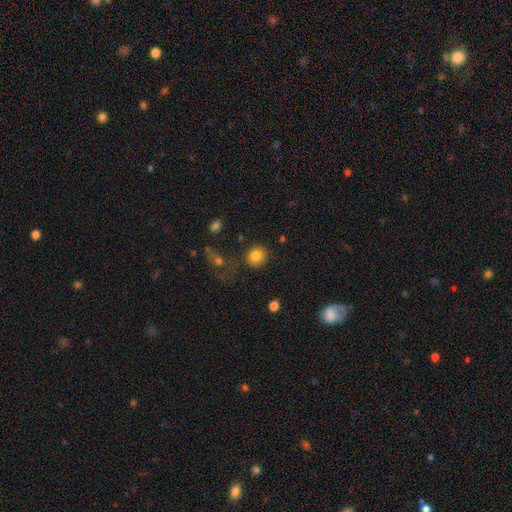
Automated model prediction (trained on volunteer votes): Overall: smooth (84%). How rounded: round (80%). Merging: none (79%).